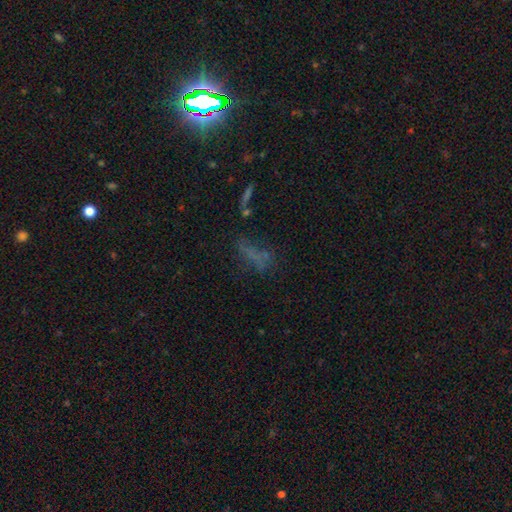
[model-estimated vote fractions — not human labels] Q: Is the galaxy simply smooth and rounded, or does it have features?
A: smooth — 46%.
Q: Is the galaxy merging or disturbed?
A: none — 47%.